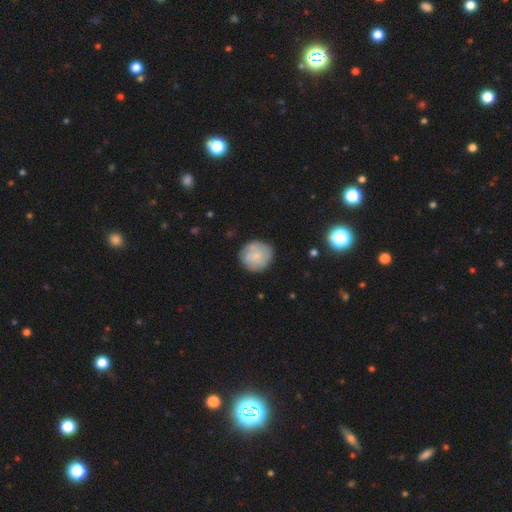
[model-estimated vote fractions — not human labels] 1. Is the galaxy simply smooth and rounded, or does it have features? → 57% smooth, 36% featured or disk, 7% star or artifact.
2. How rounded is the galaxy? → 90% round, 9% in between, 1% cigar-shaped.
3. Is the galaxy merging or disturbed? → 78% none, 15% minor disturbance, 4% major disturbance, 2% merger.